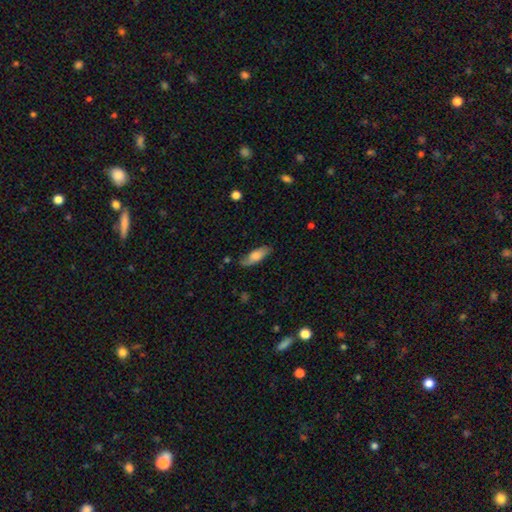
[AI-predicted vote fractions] The model was most divided on "how rounded": in between: 66%, cigar-shaped: 32%, round: 2%. More confident: merging — none (71%); smooth or featured — smooth (67%).